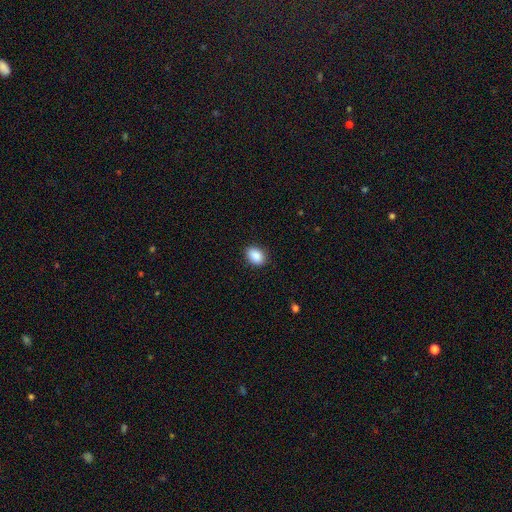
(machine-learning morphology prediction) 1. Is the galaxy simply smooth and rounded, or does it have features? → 89% smooth, 8% star or artifact, 3% featured or disk.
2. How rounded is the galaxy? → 79% in between, 20% round, 1% cigar-shaped.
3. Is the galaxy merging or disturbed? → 87% none, 10% minor disturbance, 2% major disturbance, 1% merger.